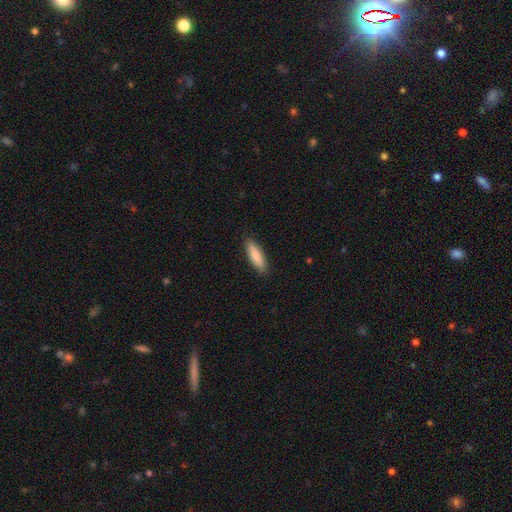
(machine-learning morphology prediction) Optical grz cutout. It shows a smooth galaxy with no disk features (85%) that is cigar-shaped (63%). Merging: none (90%).